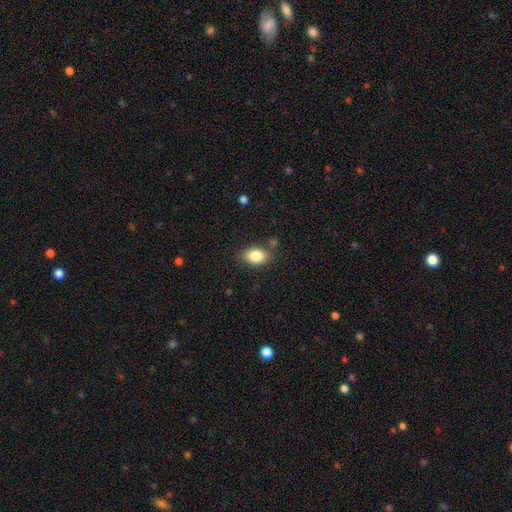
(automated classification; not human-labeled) smooth 84%, star or artifact 8%, featured or disk 8%. Down the decision tree: how rounded — in between (85%); merging — none (80%).